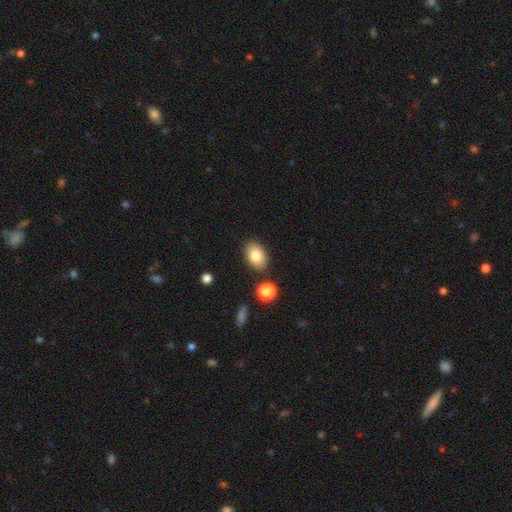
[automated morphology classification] smooth_or_featured: smooth (p=0.82) [alt: featured or disk p=0.09]
how_rounded: in between (p=0.85) [alt: round p=0.14]
merging: none (p=0.83) [alt: minor disturbance p=0.10]